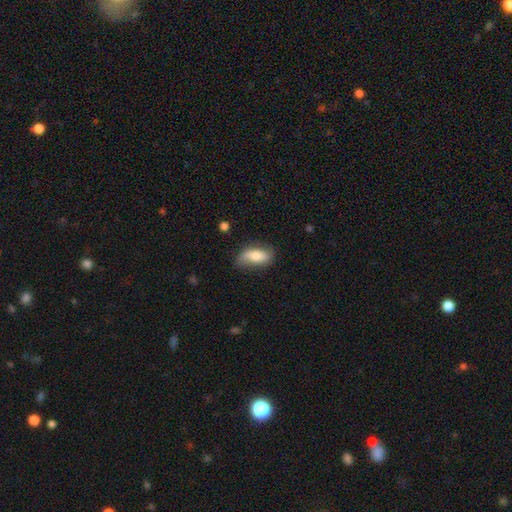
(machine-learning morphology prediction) Q: Smooth or featured?
A: smooth (68%); runner-up: featured or disk (25%)
Q: How rounded?
A: in between (82%); runner-up: cigar-shaped (14%)
Q: Merging?
A: none (63%); runner-up: minor disturbance (27%)